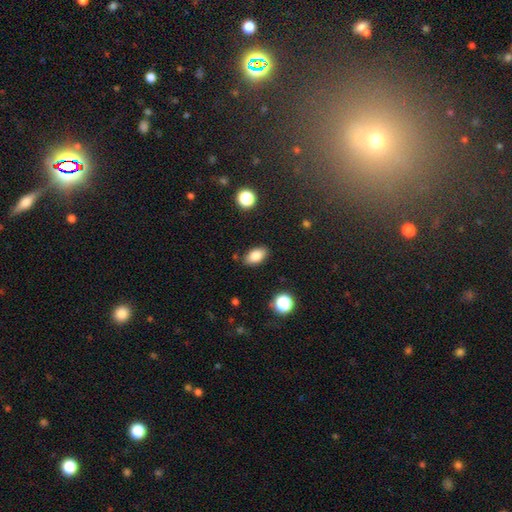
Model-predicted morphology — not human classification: Smooth or featured? smooth (82%)
How rounded? in between (90%)
Merging? none (85%)